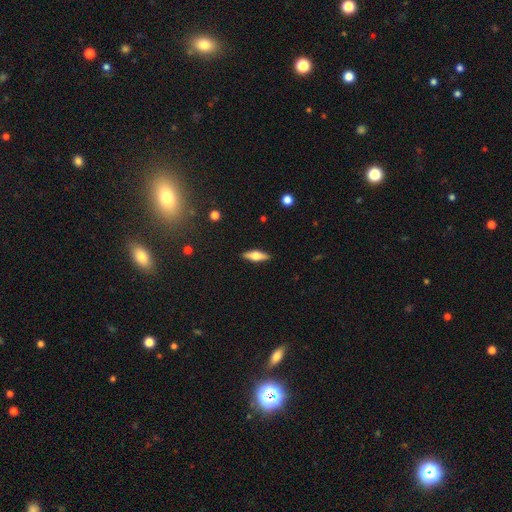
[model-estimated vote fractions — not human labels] smooth_or_featured: featured or disk (p=0.49) [alt: smooth p=0.45]
merging: none (p=0.89) [alt: minor disturbance p=0.08]